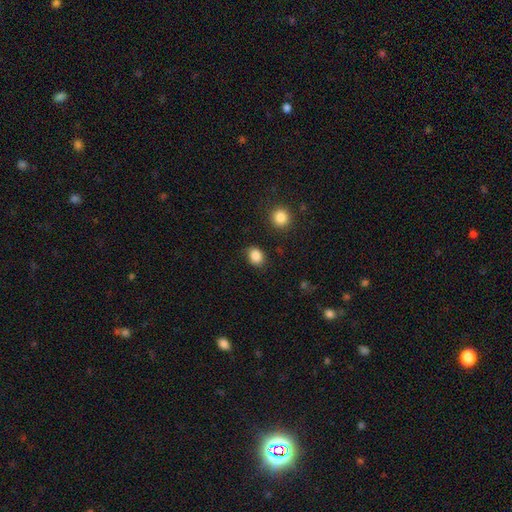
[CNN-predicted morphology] Smooth or featured: smooth — 86% (star or artifact — 10%)
How rounded: in between — 50% (round — 49%)
Merging: none — 82% (minor disturbance — 12%)